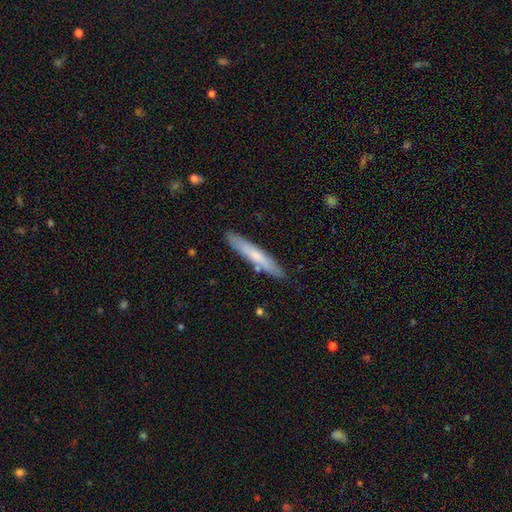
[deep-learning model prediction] The model was most divided on "smooth or featured": smooth: 63%, featured or disk: 31%, star or artifact: 6%. More confident: how rounded — cigar-shaped (93%); merging — none (86%).